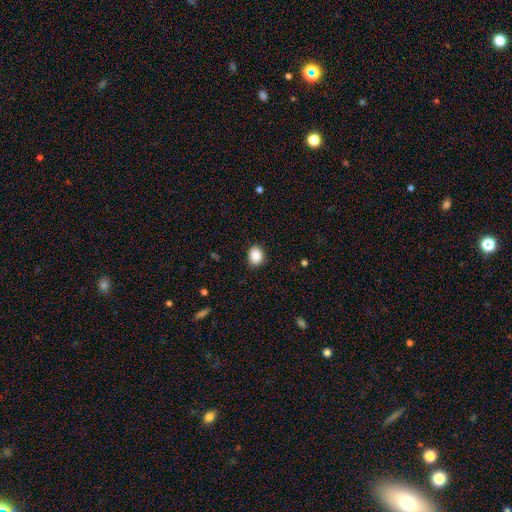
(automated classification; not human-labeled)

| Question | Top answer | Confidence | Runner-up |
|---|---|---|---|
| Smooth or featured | smooth | 89% | star or artifact (8%) |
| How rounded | round | 50% | in between (49%) |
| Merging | none | 87% | minor disturbance (10%) |